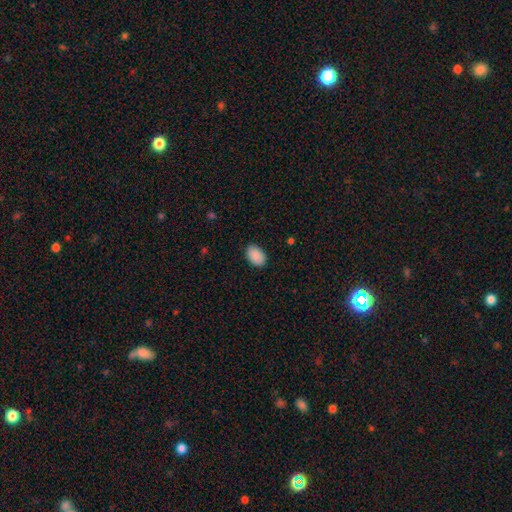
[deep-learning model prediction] A smooth galaxy with no disk features (90%) that is in between round and cigar-shaped (88%).

Vote fractions:
- Smooth or featured? smooth: 90% / star or artifact: 7% / featured or disk: 3%
- How rounded? in between: 88% / round: 11% / cigar-shaped: 1%
- Merging? none: 87% / minor disturbance: 10% / major disturbance: 2% / merger: 1%